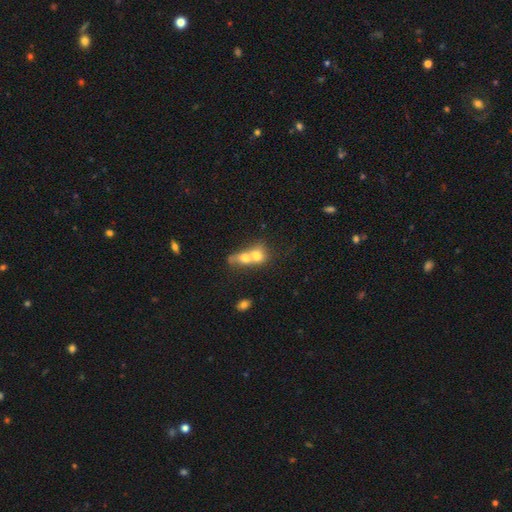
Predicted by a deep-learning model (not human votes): Smooth or featured: smooth — 68% (featured or disk — 23%)
How rounded: round — 56% (in between — 42%)
Merging: merger — 79% (none — 12%)